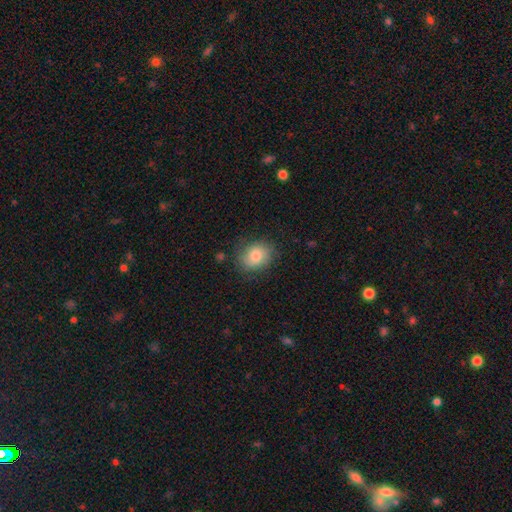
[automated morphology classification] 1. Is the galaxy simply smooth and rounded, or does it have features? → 80% smooth, 12% featured or disk, 8% star or artifact.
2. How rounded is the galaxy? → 51% in between, 48% round, 1% cigar-shaped.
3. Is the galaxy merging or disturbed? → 77% none, 17% minor disturbance, 5% major disturbance, 1% merger.